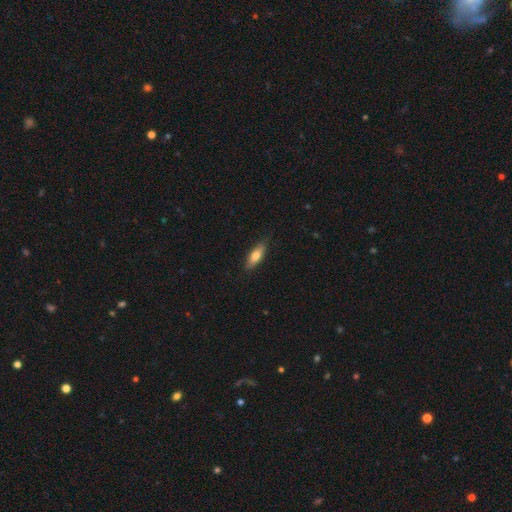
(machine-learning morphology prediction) Smooth or featured? smooth (73%)
How rounded? in between (55%)
Merging? none (84%)